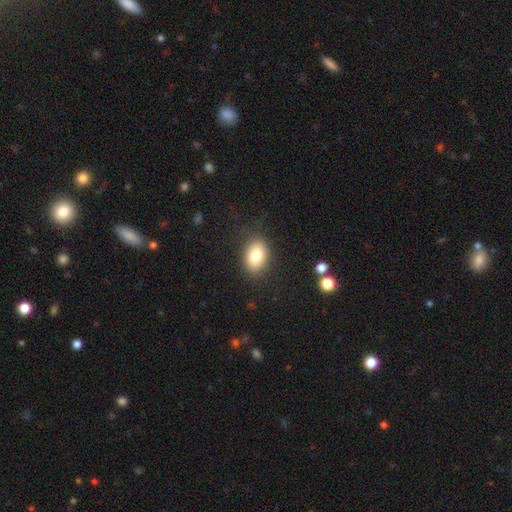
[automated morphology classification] Smooth or featured? smooth (83%)
How rounded? in between (83%)
Merging? none (84%)